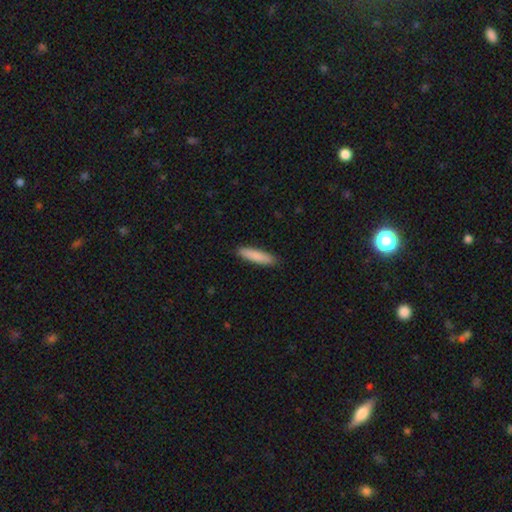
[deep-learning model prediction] Smooth or featured: smooth — 86% (featured or disk — 9%)
How rounded: cigar-shaped — 83% (in between — 16%)
Merging: none — 90% (minor disturbance — 8%)